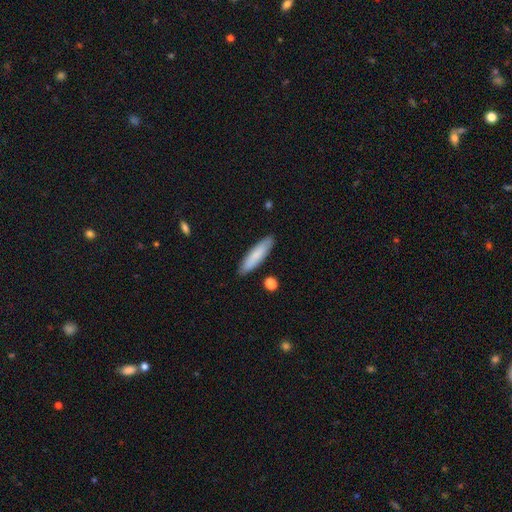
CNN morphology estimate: Q: Smooth or featured?
A: smooth (80%); runner-up: featured or disk (14%)
Q: How rounded?
A: cigar-shaped (77%); runner-up: in between (22%)
Q: Merging?
A: none (88%); runner-up: minor disturbance (8%)